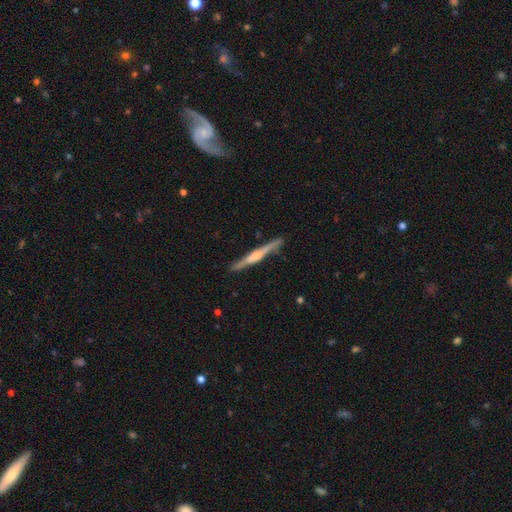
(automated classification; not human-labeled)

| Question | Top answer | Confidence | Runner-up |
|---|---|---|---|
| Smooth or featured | featured or disk | 71% | smooth (24%) |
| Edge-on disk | yes | 98% | no (2%) |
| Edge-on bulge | rounded | 60% | boxy (26%) |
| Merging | none | 87% | minor disturbance (10%) |